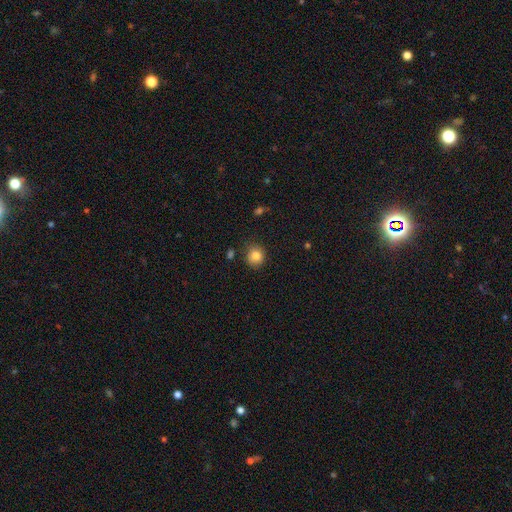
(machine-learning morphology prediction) This appears to be a smooth galaxy with no disk features (84%) that is round (87%). Merging: none (83%).